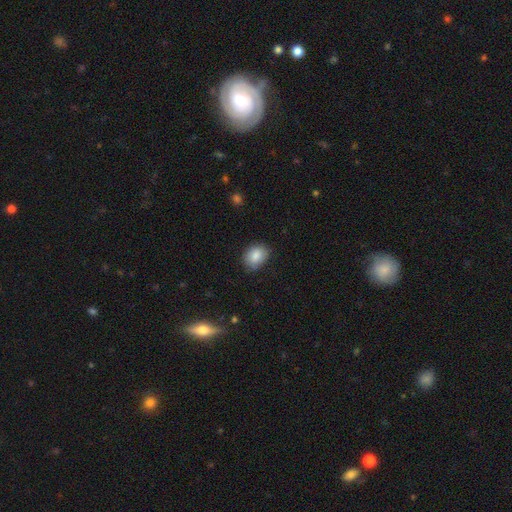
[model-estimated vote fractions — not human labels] Smooth or featured? Predicted: smooth (p=0.86). How rounded? Predicted: in between (p=0.58). Merging? Predicted: none (p=0.77).